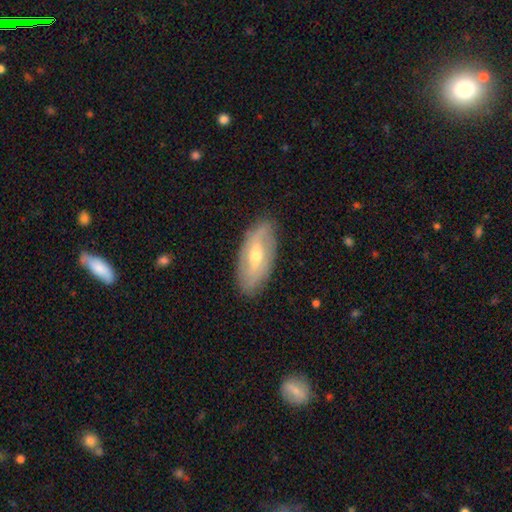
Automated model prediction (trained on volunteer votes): featured or disk 65%, smooth 29%, star or artifact 6%. Down the decision tree: edge-on disk — no (86%); bar — weak (45%); spiral arms — yes (73%); bulge size — moderate (56%); merging — none (83%).